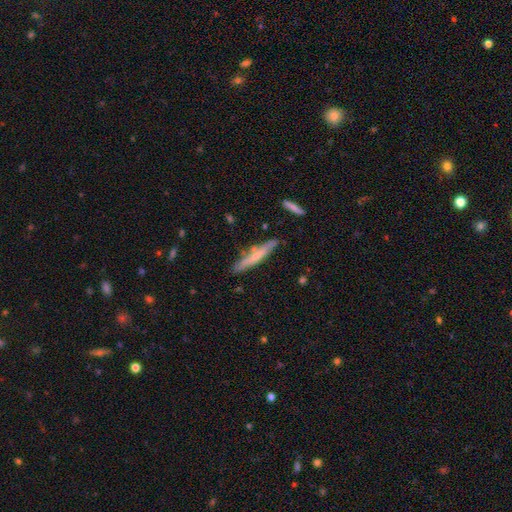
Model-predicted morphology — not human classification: The model was most divided on "smooth or featured": smooth: 52%, featured or disk: 42%, star or artifact: 6%. More confident: how rounded — cigar-shaped (92%); merging — none (80%).